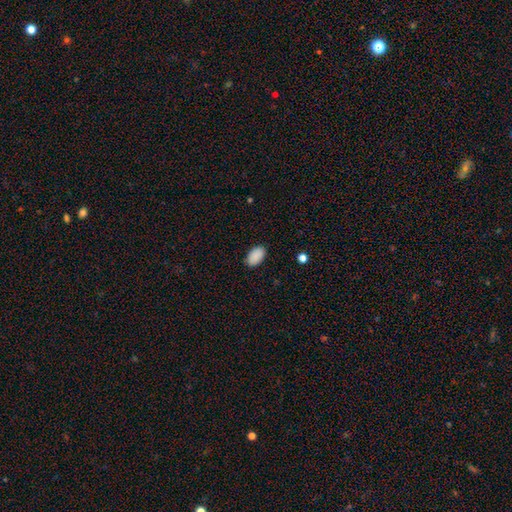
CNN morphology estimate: Smooth or featured?
  - smooth: 90% *
  - star or artifact: 7%
  - featured or disk: 3%
How rounded?
  - in between: 93% *
  - round: 6%
  - cigar-shaped: 1%
Merging?
  - none: 87% *
  - minor disturbance: 10%
  - major disturbance: 2%
  - merger: 1%